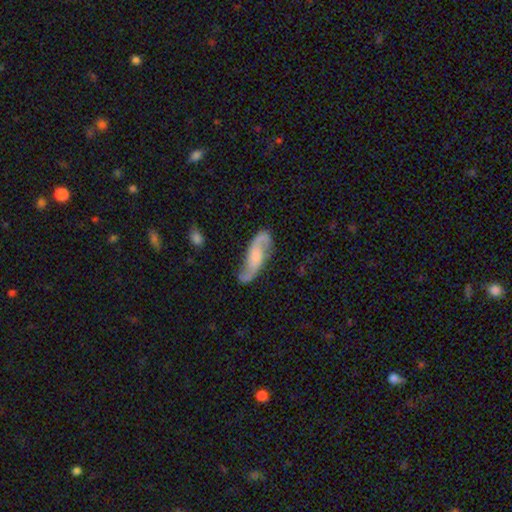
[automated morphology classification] This appears to be a featured or disk galaxy (78%) with no bar (52%), 2 (91%) loose (55%) spiral arms (95%) and a moderate central bulge (32%). Merging: none (73%).